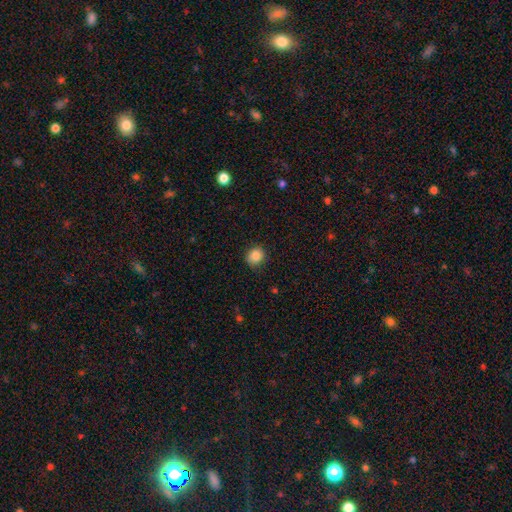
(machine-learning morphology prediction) A smooth galaxy with no disk features (85%) that is round (80%). Merging: none (84%).